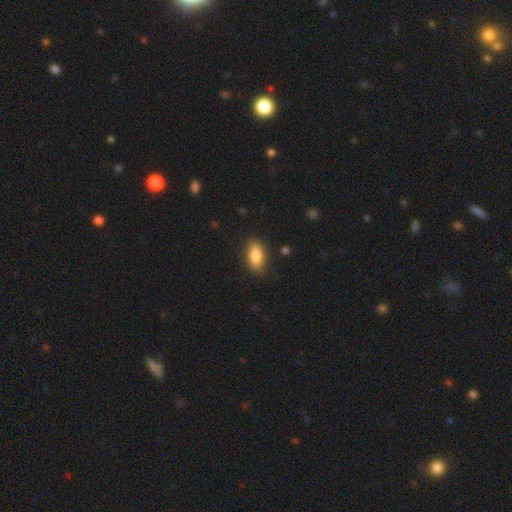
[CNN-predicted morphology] Q: Smooth or featured?
A: smooth (84%); runner-up: featured or disk (9%)
Q: How rounded?
A: in between (89%); runner-up: cigar-shaped (7%)
Q: Merging?
A: none (86%); runner-up: minor disturbance (11%)